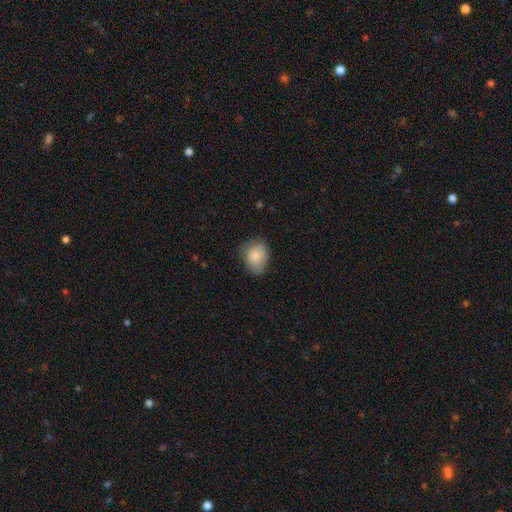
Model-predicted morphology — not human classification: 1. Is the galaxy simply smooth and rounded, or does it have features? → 82% smooth, 11% featured or disk, 7% star or artifact.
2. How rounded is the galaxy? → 55% in between, 44% round, 1% cigar-shaped.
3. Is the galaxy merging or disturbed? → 62% none, 29% minor disturbance, 7% major disturbance, 1% merger.